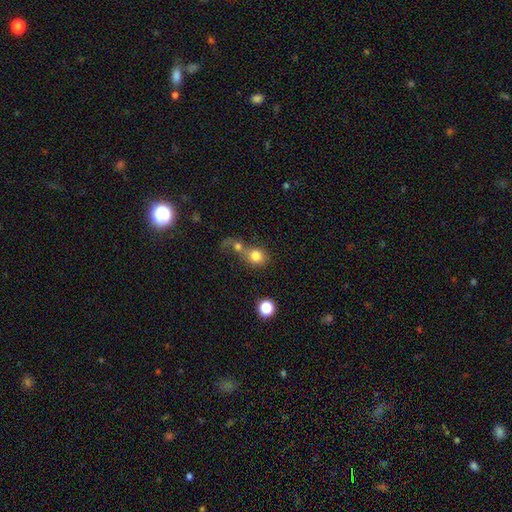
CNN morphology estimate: smooth_or_featured: smooth (p=0.79) [alt: featured or disk p=0.11]
how_rounded: round (p=0.76) [alt: in between p=0.23]
merging: merger (p=0.51) [alt: none p=0.32]